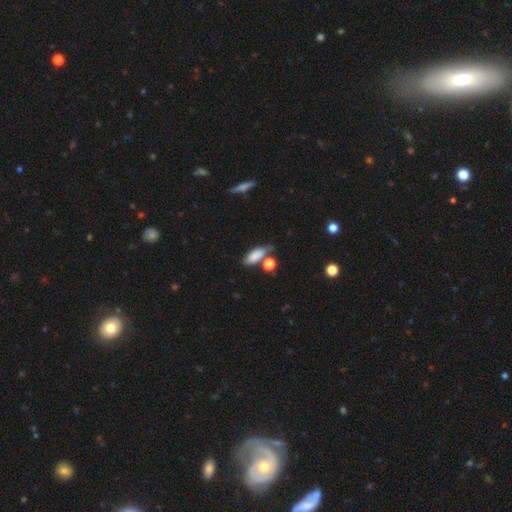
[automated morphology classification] Smooth or featured? Predicted: smooth (p=0.81). How rounded? Predicted: in between (p=0.79). Merging? Predicted: none (p=0.51).